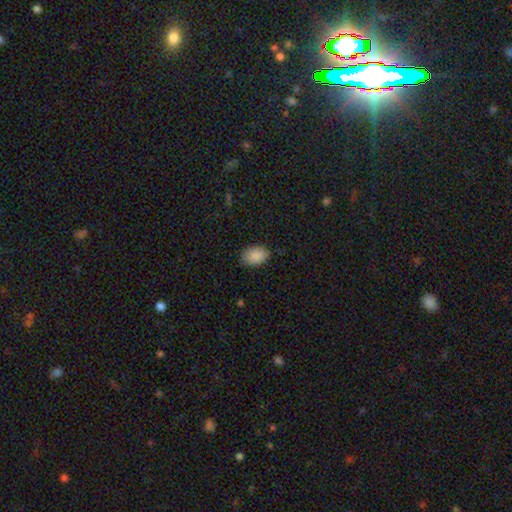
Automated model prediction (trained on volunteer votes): Smooth or featured?
  - smooth: 89% *
  - star or artifact: 7%
  - featured or disk: 4%
How rounded?
  - in between: 86% *
  - round: 13%
  - cigar-shaped: 1%
Merging?
  - none: 83% *
  - minor disturbance: 13%
  - major disturbance: 3%
  - merger: 1%